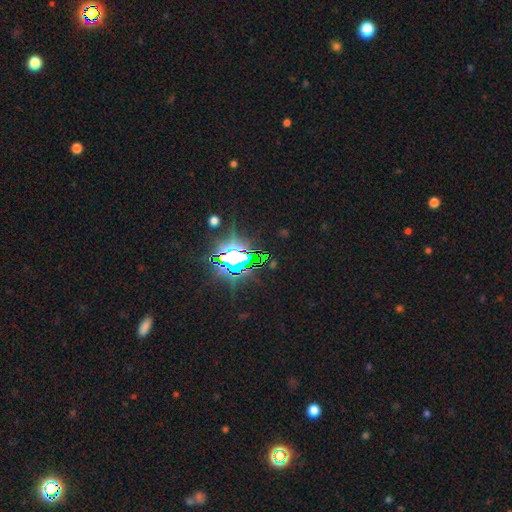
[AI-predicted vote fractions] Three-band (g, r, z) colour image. It shows a star or artifact, not a galaxy (80%).